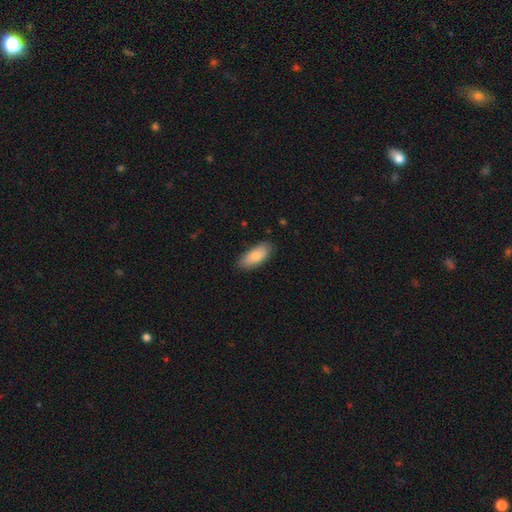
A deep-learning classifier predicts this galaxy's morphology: Smooth or featured?
  - smooth: 84% *
  - featured or disk: 11%
  - star or artifact: 6%
How rounded?
  - in between: 84% *
  - cigar-shaped: 15%
  - round: 2%
Merging?
  - none: 84% *
  - minor disturbance: 13%
  - major disturbance: 2%
  - merger: 1%